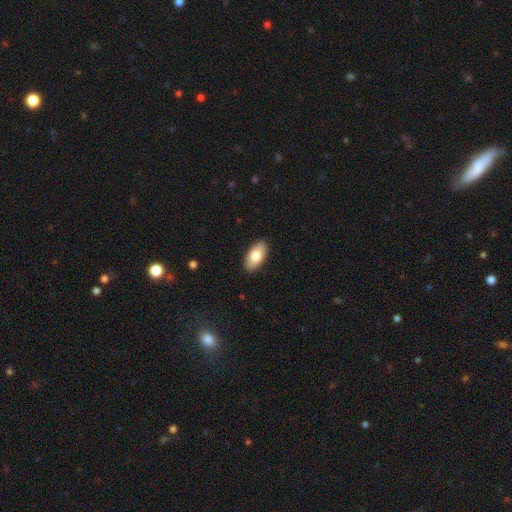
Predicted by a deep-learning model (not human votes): The model was most divided on "smooth or featured": smooth: 81%, featured or disk: 13%, star or artifact: 6%. More confident: how rounded — in between (94%); merging — none (90%).